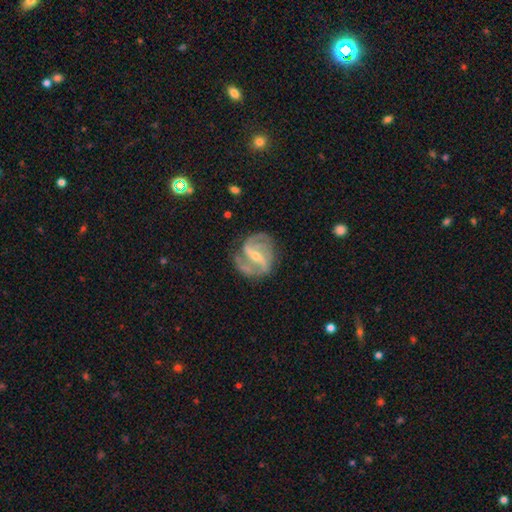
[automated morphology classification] This appears to be a featured or disk galaxy (90%) with a strong bar (47%), 2 (50%) medium (52%) spiral arms (97%) and a small central bulge (61%). Merging: none (71%).